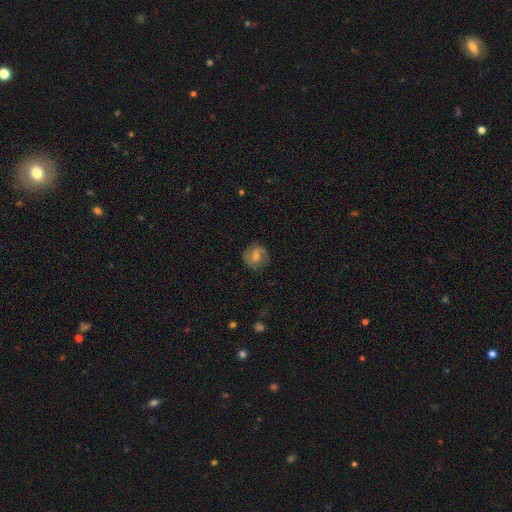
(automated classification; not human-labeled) Smooth or featured? featured or disk (48%)
Merging? none (82%)